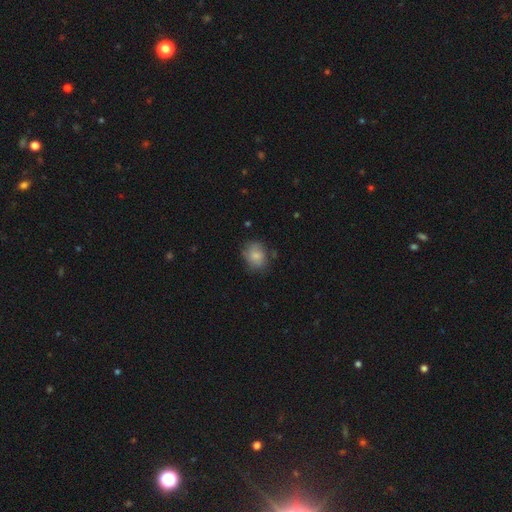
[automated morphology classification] type=smooth (80%); roundness=round (60%); merging=none (69%).